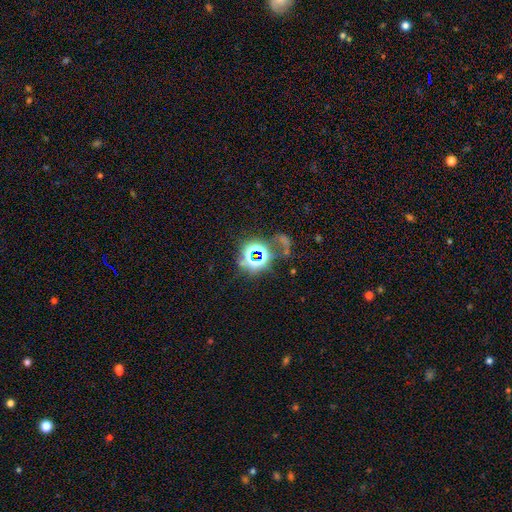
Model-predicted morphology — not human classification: Smooth or featured? Predicted: star or artifact (p=0.68).